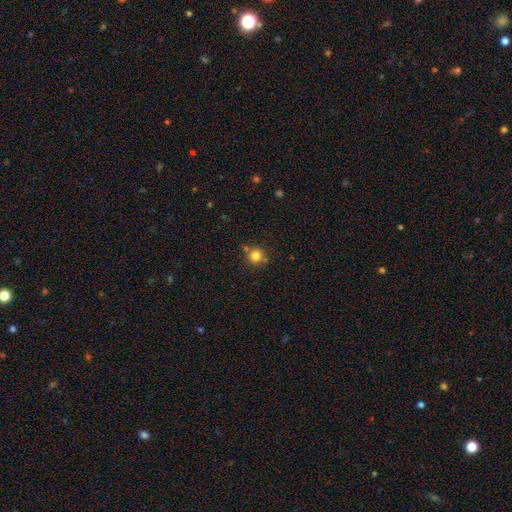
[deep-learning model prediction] This is clearly a smooth galaxy (81%). How rounded: clearly round (93%). Merging: likely none (76%).